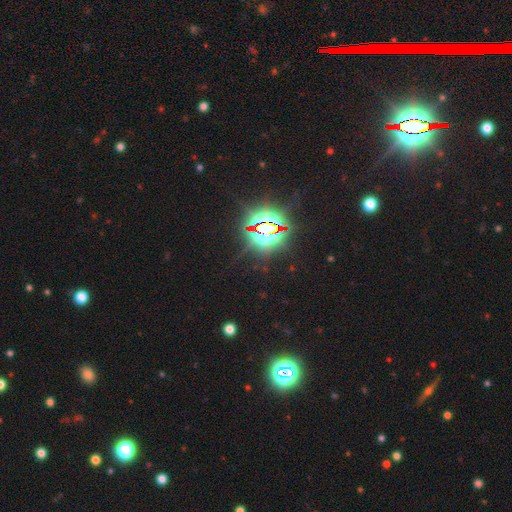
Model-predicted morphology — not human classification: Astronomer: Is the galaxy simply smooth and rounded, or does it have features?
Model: star or artifact — 81%.